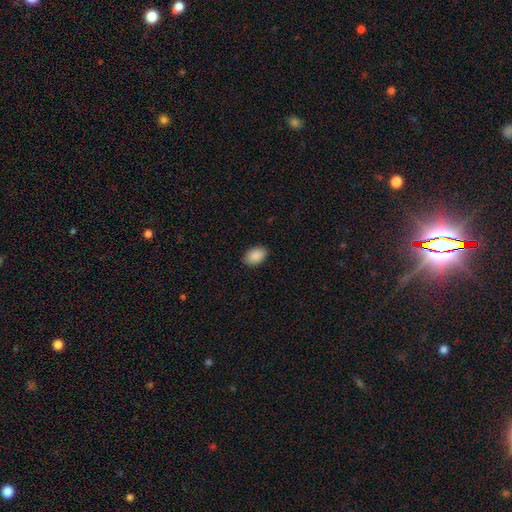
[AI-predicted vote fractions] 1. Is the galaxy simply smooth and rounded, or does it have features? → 90% smooth, 7% star or artifact, 3% featured or disk.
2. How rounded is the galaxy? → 90% in between, 9% round, 1% cigar-shaped.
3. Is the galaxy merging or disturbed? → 88% none, 9% minor disturbance, 2% major disturbance, 1% merger.